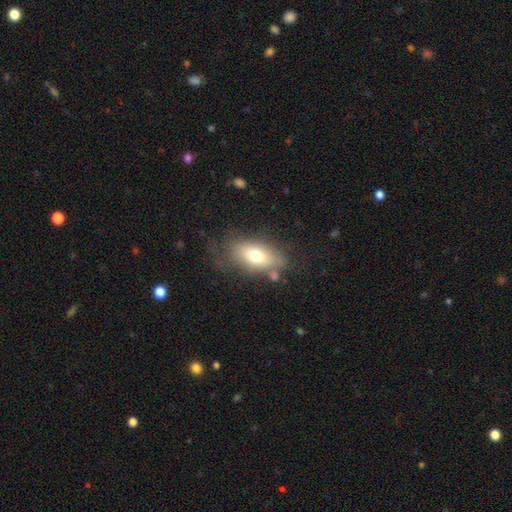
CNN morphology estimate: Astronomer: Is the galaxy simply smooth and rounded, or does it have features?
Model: smooth — 69%.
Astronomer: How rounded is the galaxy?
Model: in between — 86%.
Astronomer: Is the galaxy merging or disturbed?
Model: none — 60%.